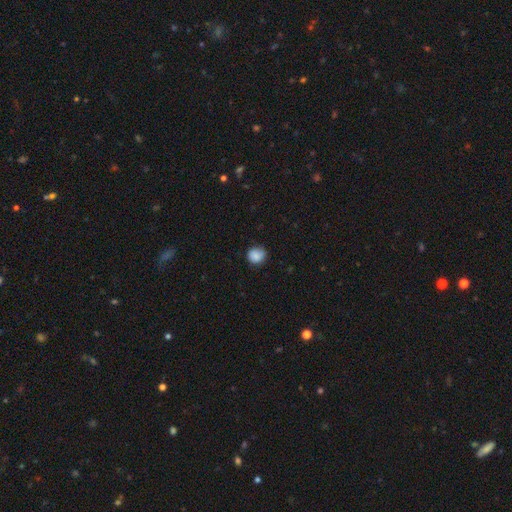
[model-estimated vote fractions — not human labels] Smooth or featured?
  - smooth: 85% *
  - star or artifact: 9%
  - featured or disk: 7%
How rounded?
  - round: 84% *
  - in between: 15%
  - cigar-shaped: 1%
Merging?
  - none: 76% *
  - minor disturbance: 19%
  - major disturbance: 4%
  - merger: 1%